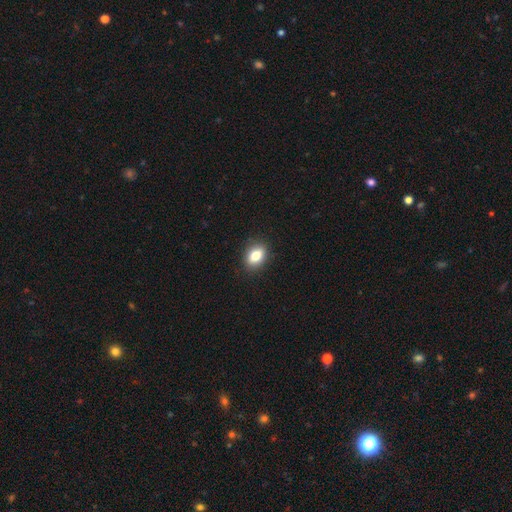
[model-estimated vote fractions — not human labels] This is likely a smooth galaxy (79%). How rounded: likely in between (75%). Merging: clearly none (88%).